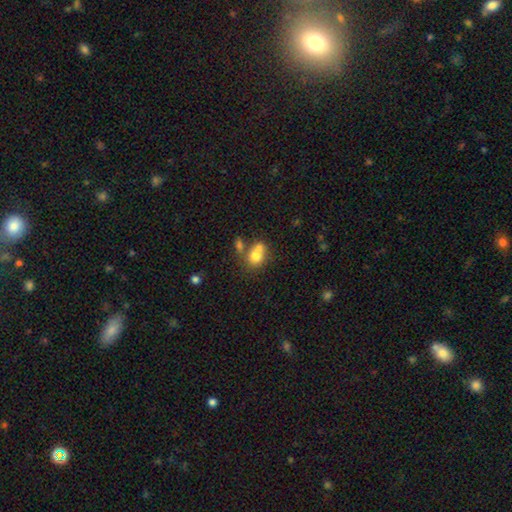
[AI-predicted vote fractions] smooth 74%, featured or disk 16%, star or artifact 11%. Down the decision tree: how rounded — round (59%); merging — merger (48%).